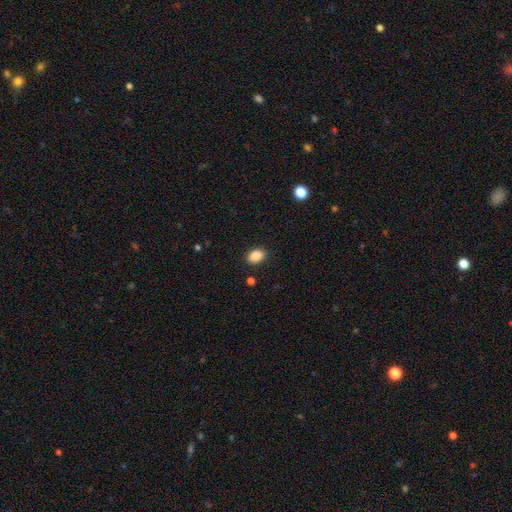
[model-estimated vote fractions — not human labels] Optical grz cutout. It shows a smooth galaxy with no disk features (88%) that is in between round and cigar-shaped (84%). Merging: none (88%).